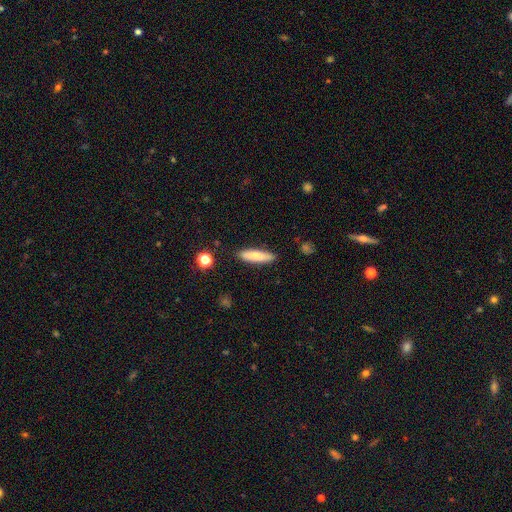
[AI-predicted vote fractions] Smooth or featured? smooth (76%)
How rounded? cigar-shaped (73%)
Merging? none (88%)